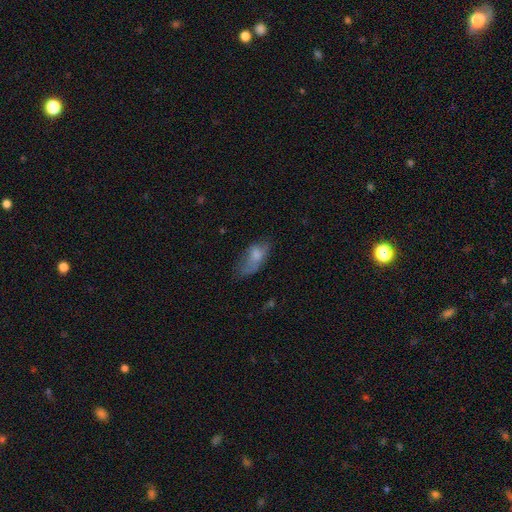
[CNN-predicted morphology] Smooth or featured?
  - smooth: 68% *
  - featured or disk: 23%
  - star or artifact: 9%
How rounded?
  - in between: 88% *
  - cigar-shaped: 7%
  - round: 4%
Merging?
  - none: 35% *
  - minor disturbance: 33%
  - major disturbance: 29%
  - merger: 3%